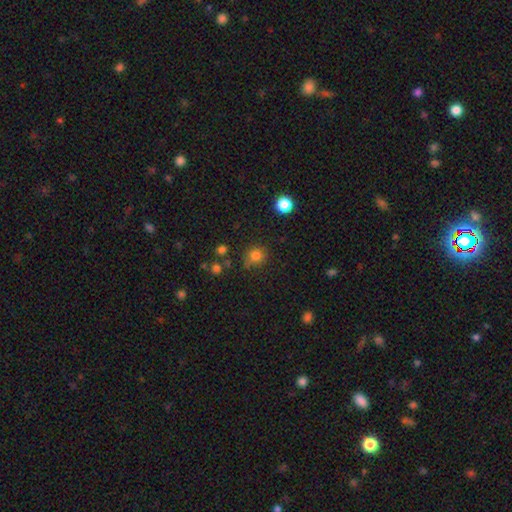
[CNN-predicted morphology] smooth 80%, star or artifact 14%, featured or disk 5%. Down the decision tree: how rounded — round (87%); merging — none (73%).